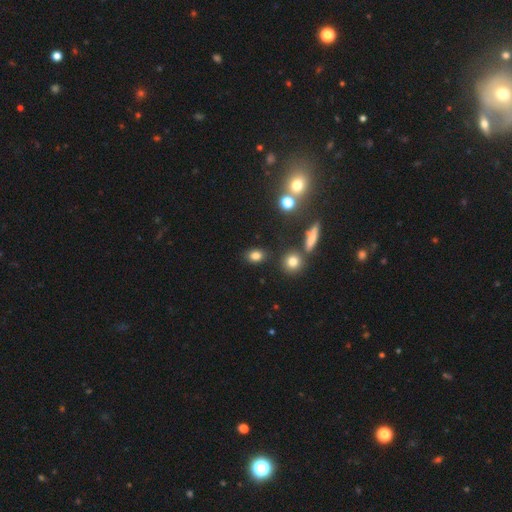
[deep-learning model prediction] This appears to be a smooth galaxy with no disk features (80%) that is in between round and cigar-shaped (65%). Merging: none (82%).